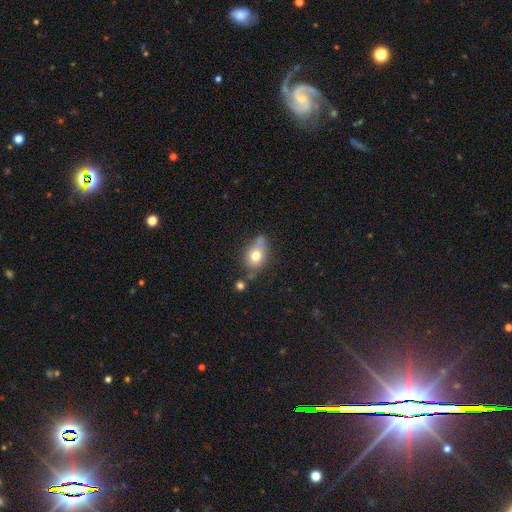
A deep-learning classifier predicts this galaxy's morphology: Overall: smooth (74%). How rounded: in between (61%; round 37%). Merging: none (54%; minor disturbance 22%).